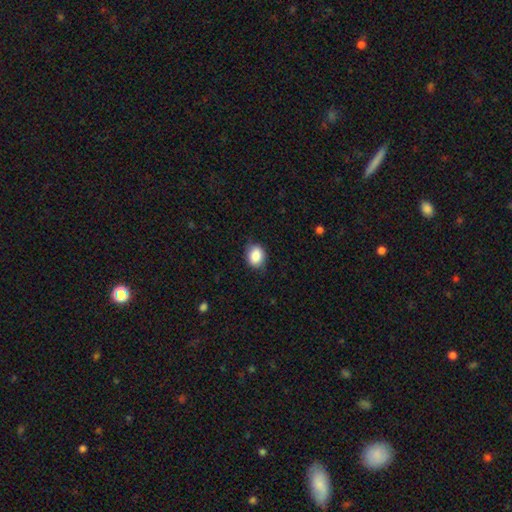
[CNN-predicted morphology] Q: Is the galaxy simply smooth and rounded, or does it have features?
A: smooth — 87%.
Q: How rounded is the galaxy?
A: in between — 52%.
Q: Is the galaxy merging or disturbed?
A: none — 79%.